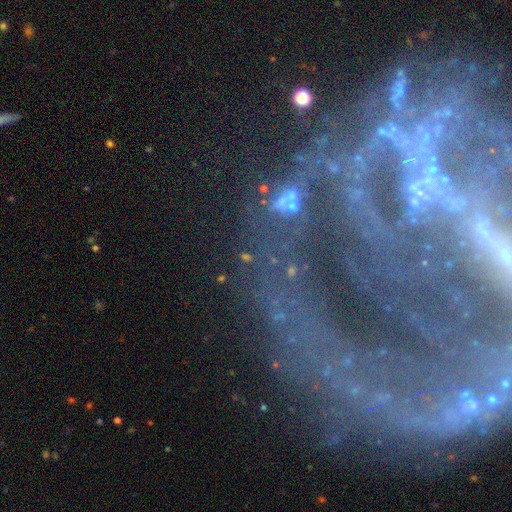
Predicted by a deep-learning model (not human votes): The model was most divided on "bar": strong: 41%, no: 32%, weak: 27%. Remaining: edge-on disk — no (93%); spiral arms — yes (73%); smooth or featured — featured or disk (70%); merging — none (59%); bulge size — small (43%).